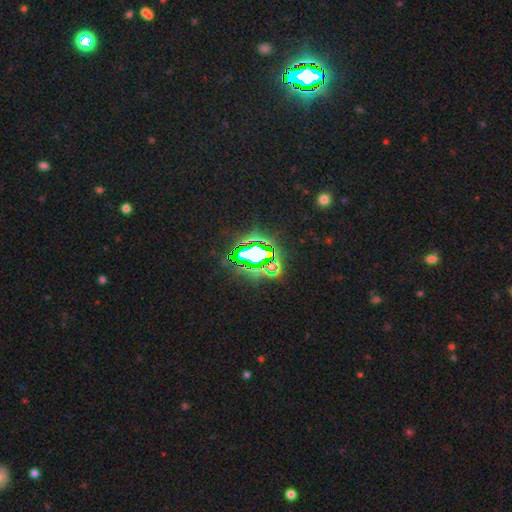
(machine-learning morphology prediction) Overall: star or artifact (77%).